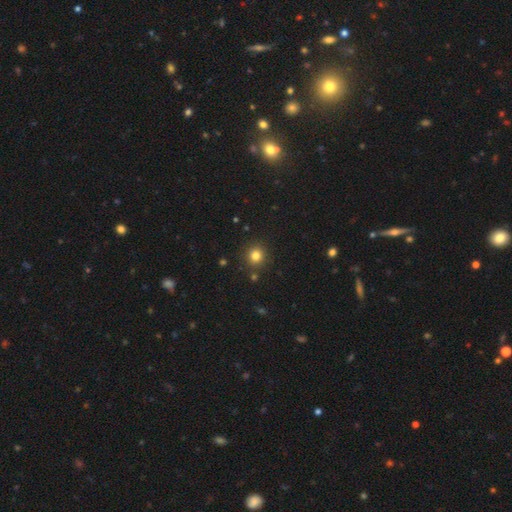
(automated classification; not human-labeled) A smooth galaxy with no disk features (81%) that is round (91%).

Vote fractions:
- Smooth or featured? smooth: 81% / star or artifact: 14% / featured or disk: 6%
- How rounded? round: 91% / in between: 8% / cigar-shaped: 1%
- Merging? none: 88% / minor disturbance: 7% / merger: 3% / major disturbance: 2%